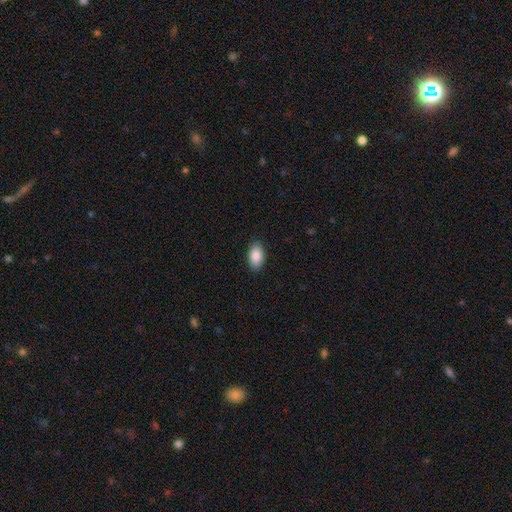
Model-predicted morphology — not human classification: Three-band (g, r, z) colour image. It shows a smooth galaxy with no disk features (87%) that is in between round and cigar-shaped (93%). Merging: none (89%).